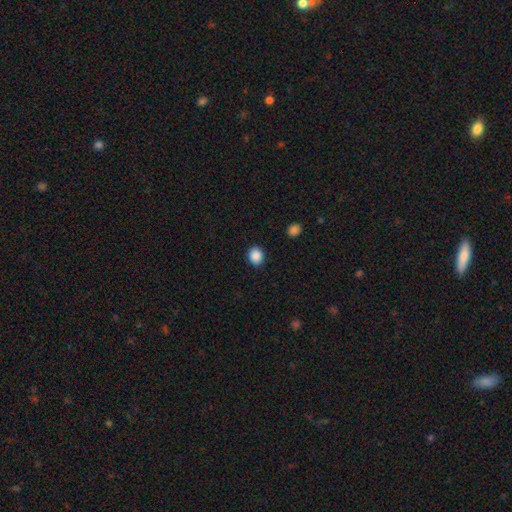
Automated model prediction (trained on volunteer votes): Overall: smooth (88%). How rounded: round (65%; in between 34%). Merging: none (89%).